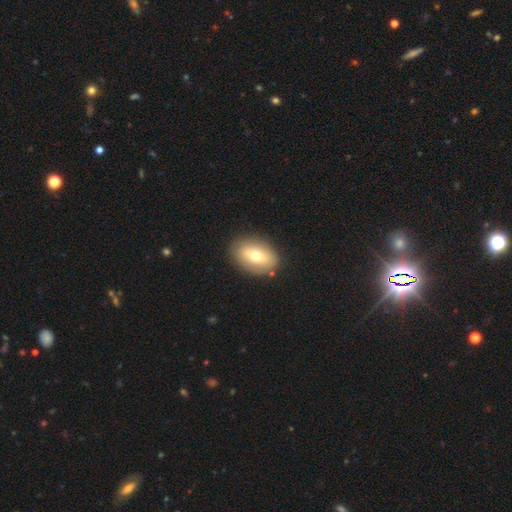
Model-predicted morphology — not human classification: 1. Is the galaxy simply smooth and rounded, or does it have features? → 66% smooth, 26% featured or disk, 8% star or artifact.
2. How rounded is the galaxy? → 83% in between, 16% round, 2% cigar-shaped.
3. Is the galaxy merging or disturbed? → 85% none, 10% minor disturbance, 3% major disturbance, 2% merger.